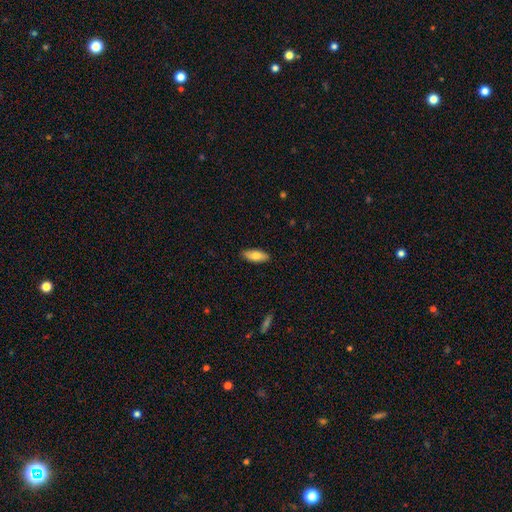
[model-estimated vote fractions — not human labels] Q: Smooth or featured?
A: smooth (77%); runner-up: featured or disk (17%)
Q: How rounded?
A: in between (76%); runner-up: cigar-shaped (22%)
Q: Merging?
A: none (89%); runner-up: minor disturbance (9%)